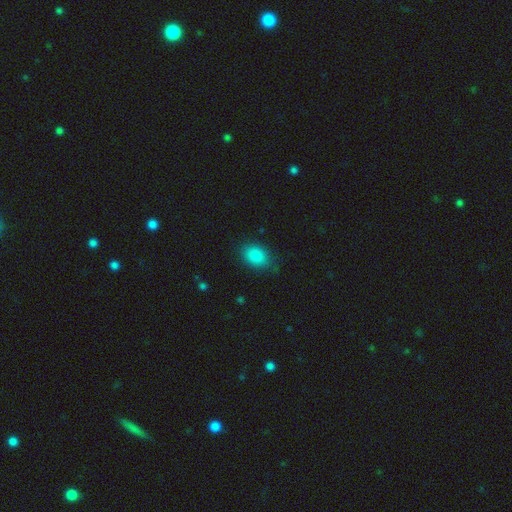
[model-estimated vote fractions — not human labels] Smooth or featured: smooth — 87% (star or artifact — 9%)
How rounded: in between — 76% (round — 22%)
Merging: none — 79% (minor disturbance — 15%)